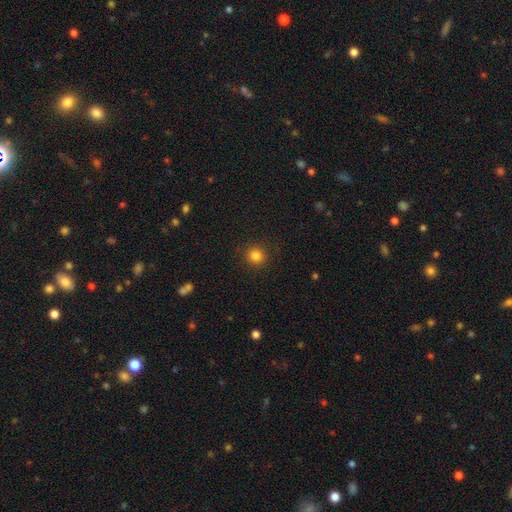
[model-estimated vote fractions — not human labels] Smooth or featured?
  - smooth: 83% *
  - star or artifact: 12%
  - featured or disk: 5%
How rounded?
  - round: 91% *
  - in between: 8%
  - cigar-shaped: 1%
Merging?
  - none: 91% *
  - minor disturbance: 6%
  - major disturbance: 2%
  - merger: 1%